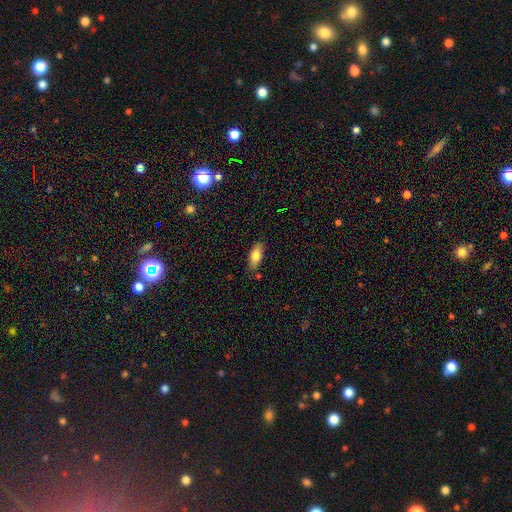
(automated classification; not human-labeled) Q: Smooth or featured?
A: smooth (77%); runner-up: featured or disk (16%)
Q: How rounded?
A: in between (78%); runner-up: cigar-shaped (20%)
Q: Merging?
A: none (80%); runner-up: minor disturbance (14%)